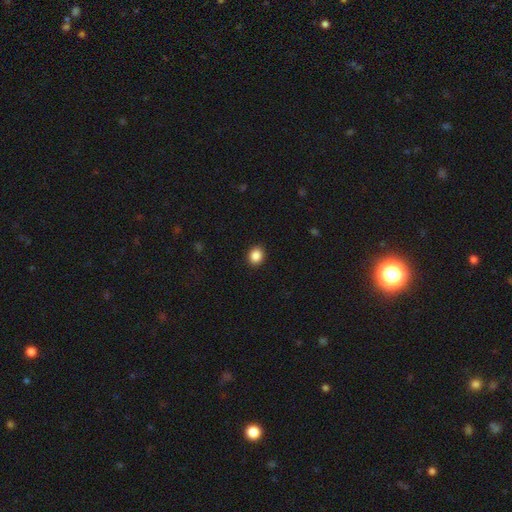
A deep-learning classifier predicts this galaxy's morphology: This appears to be a smooth galaxy with no disk features (88%) that is round (68%). Merging: none (91%).